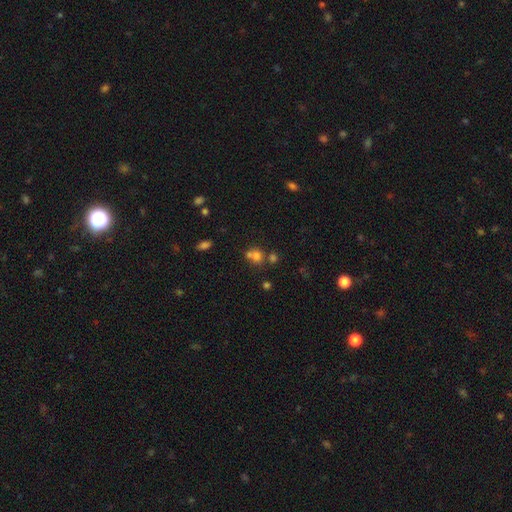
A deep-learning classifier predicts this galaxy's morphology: Smooth or featured?
  - smooth: 70% *
  - star or artifact: 17%
  - featured or disk: 13%
How rounded?
  - round: 75% *
  - in between: 24%
  - cigar-shaped: 1%
Merging?
  - merger: 47% *
  - none: 40%
  - minor disturbance: 9%
  - major disturbance: 4%